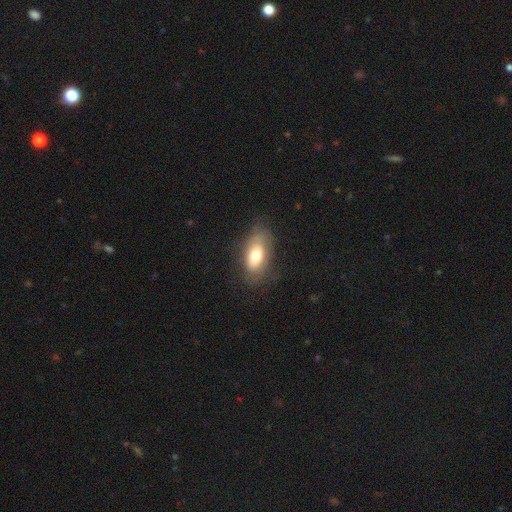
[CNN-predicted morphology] The model was most divided on "smooth or featured": smooth: 68%, featured or disk: 25%, star or artifact: 8%. More confident: how rounded — in between (89%); merging — none (68%).